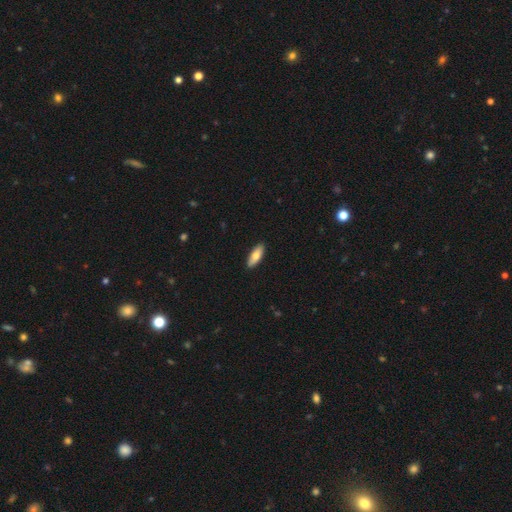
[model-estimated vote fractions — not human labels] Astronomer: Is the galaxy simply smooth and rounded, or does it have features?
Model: smooth — 76%.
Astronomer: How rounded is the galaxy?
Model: in between — 66%.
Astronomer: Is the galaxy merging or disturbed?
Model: none — 90%.